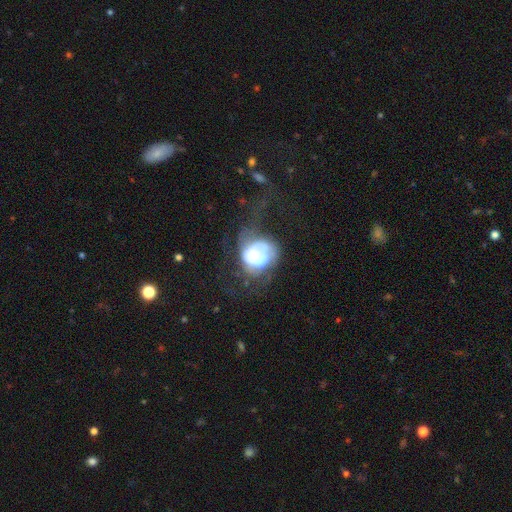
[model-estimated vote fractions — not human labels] smooth-or-featured: featured or disk: 56% | smooth: 35% | star or artifact: 9%
  disk-edge-on: no: 98% | yes: 2%
    bar: no: 84% | weak: 13% | strong: 3%
    has-spiral-arms: no: 51% | yes: 49%
    bulge-size: small: 38% | moderate: 30% | large: 16% | none: 9% | dominant: 6%
  merging: major disturbance: 44% | none: 26% | minor disturbance: 21% | merger: 8%